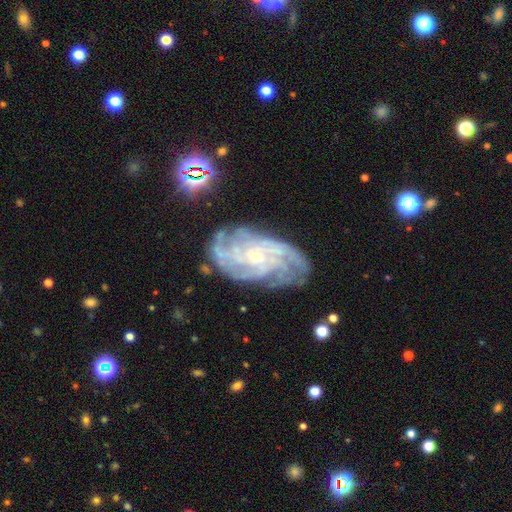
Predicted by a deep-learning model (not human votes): smooth_or_featured: featured or disk (p=0.86) [alt: star or artifact p=0.07]
disk_edge_on: no (p=0.96) [alt: yes p=0.04]
bar: no (p=0.69) [alt: weak p=0.25]
has_spiral_arms: yes (p=0.97) [alt: no p=0.03]
spiral_winding: tight (p=0.64) [alt: medium p=0.28]
spiral_arm_count: can't tell (p=0.28) [alt: 4 p=0.25]
bulge_size: small (p=0.77) [alt: moderate p=0.17]
merging: none (p=0.74) [alt: minor disturbance p=0.17]